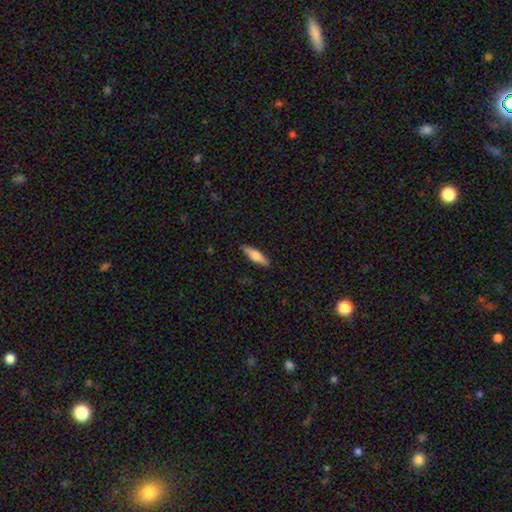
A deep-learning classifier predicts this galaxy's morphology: Smooth or featured: smooth — 65% (featured or disk — 29%)
How rounded: cigar-shaped — 70% (in between — 29%)
Merging: none — 88% (minor disturbance — 9%)